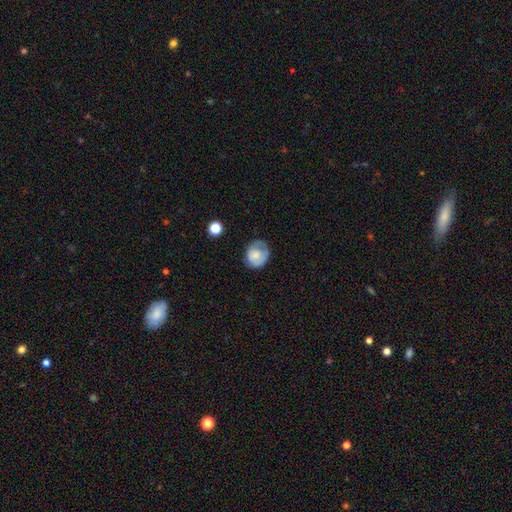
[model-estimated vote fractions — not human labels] smooth 61%, featured or disk 31%, star or artifact 8%. Down the decision tree: how rounded — round (64%); merging — none (57%).